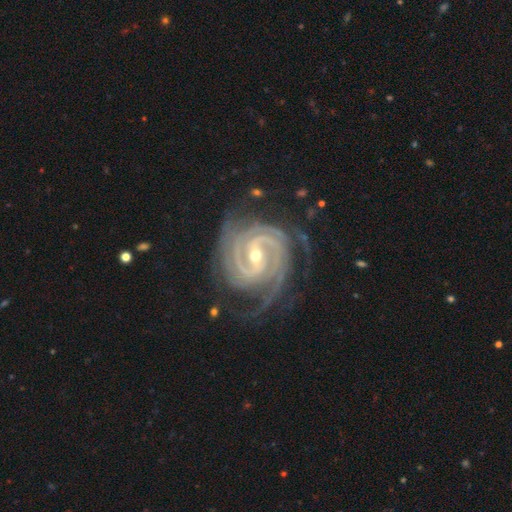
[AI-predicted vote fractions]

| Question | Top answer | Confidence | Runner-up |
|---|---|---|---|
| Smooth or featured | featured or disk | 94% | star or artifact (4%) |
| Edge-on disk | no | 98% | yes (2%) |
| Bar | strong | 47% | weak (39%) |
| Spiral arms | yes | 99% | no (1%) |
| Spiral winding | tight | 74% | medium (23%) |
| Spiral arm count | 2 | 33% | 3 (27%) |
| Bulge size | small | 53% | moderate (45%) |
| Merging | none | 69% | minor disturbance (19%) |